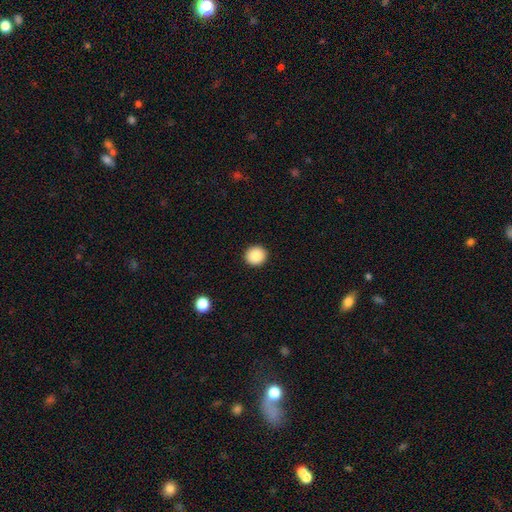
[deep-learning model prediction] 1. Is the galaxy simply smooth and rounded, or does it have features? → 87% smooth, 9% star or artifact, 5% featured or disk.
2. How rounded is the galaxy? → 92% round, 7% in between, 1% cigar-shaped.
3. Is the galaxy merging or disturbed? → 93% none, 5% minor disturbance, 2% major disturbance, 1% merger.